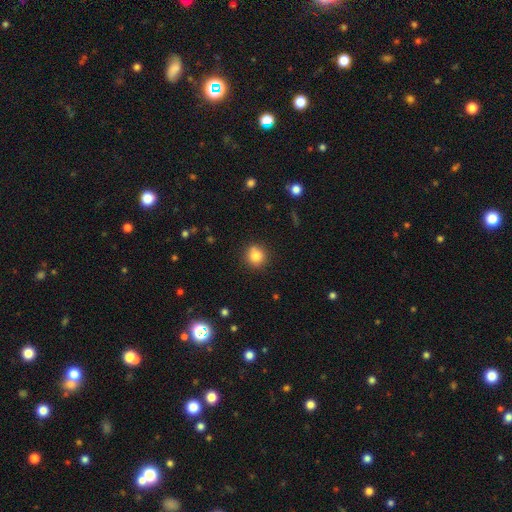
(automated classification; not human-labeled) Overall: smooth (82%). How rounded: round (89%). Merging: none (85%).